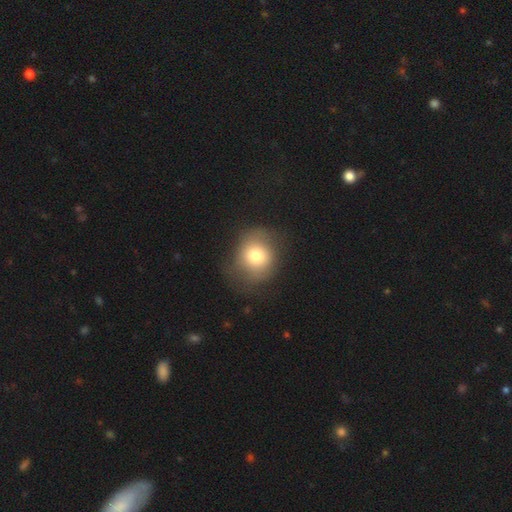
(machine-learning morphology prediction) Q: Smooth or featured?
A: smooth (75%); runner-up: featured or disk (15%)
Q: How rounded?
A: round (74%); runner-up: in between (25%)
Q: Merging?
A: none (64%); runner-up: minor disturbance (23%)